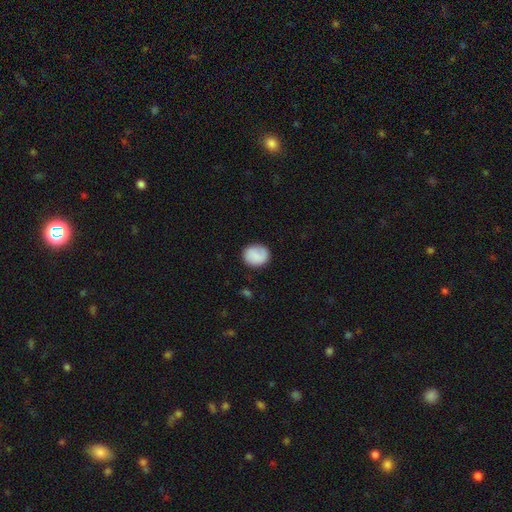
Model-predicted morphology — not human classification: Overall: smooth (81%). How rounded: round (72%). Merging: none (82%).